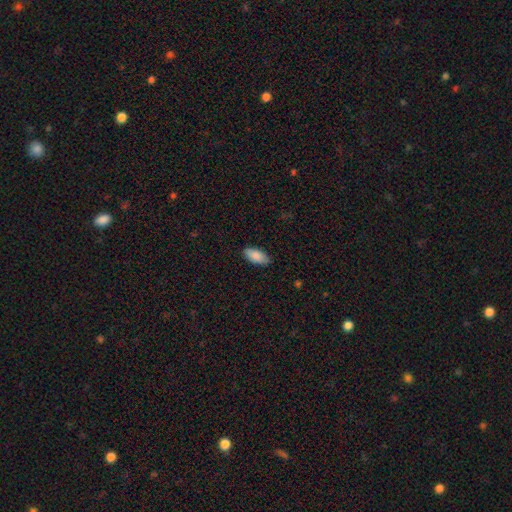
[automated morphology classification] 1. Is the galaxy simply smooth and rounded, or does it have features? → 88% smooth, 6% featured or disk, 6% star or artifact.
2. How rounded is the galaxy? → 90% in between, 8% cigar-shaped, 2% round.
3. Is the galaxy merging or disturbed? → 86% none, 11% minor disturbance, 2% major disturbance, 1% merger.